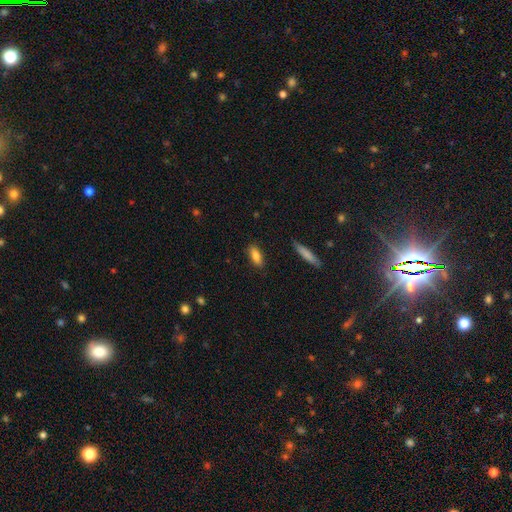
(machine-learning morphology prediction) Smooth or featured?
  - smooth: 81% *
  - featured or disk: 12%
  - star or artifact: 7%
How rounded?
  - in between: 72% *
  - cigar-shaped: 25%
  - round: 2%
Merging?
  - none: 86% *
  - minor disturbance: 11%
  - major disturbance: 2%
  - merger: 2%